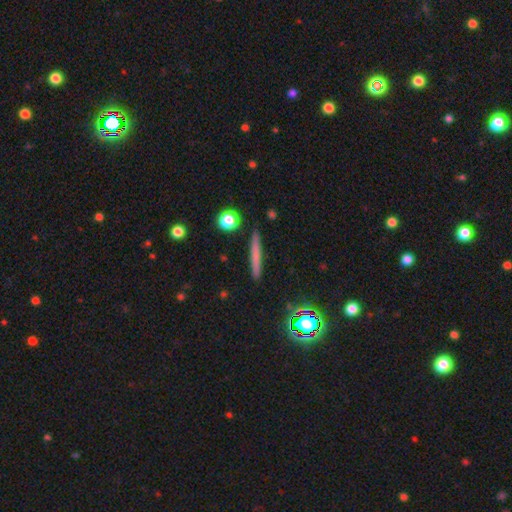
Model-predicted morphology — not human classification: type=smooth (62%); roundness=cigar-shaped (95%); merging=none (90%).